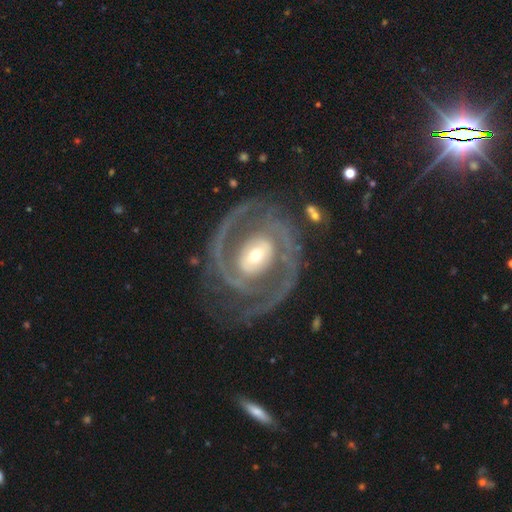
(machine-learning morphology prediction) Q: Smooth or featured?
A: featured or disk (89%); runner-up: smooth (7%)
Q: Edge-on disk?
A: no (97%); runner-up: yes (3%)
Q: Bar?
A: no (36%); tied with: weak (36%)
Q: Spiral arms?
A: yes (90%); runner-up: no (10%)
Q: Spiral winding?
A: tight (51%); runner-up: medium (36%)
Q: Spiral arm count?
A: 2 (65%); runner-up: can't tell (13%)
Q: Bulge size?
A: moderate (45%); runner-up: small (44%)
Q: Merging?
A: none (68%); runner-up: minor disturbance (15%)